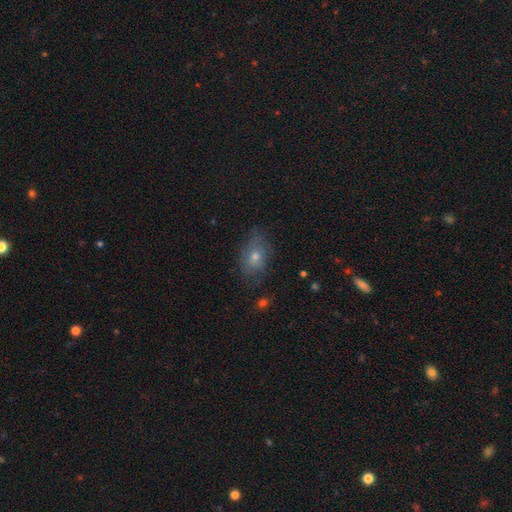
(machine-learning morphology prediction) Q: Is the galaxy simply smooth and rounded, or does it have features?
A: smooth — 61%.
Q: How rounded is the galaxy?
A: in between — 78%.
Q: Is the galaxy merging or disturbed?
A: none — 68%.